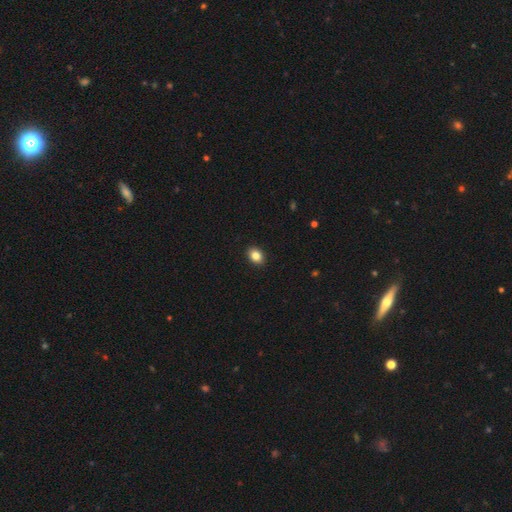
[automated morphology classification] A smooth galaxy with no disk features (86%) that is in between round and cigar-shaped (69%).

Vote fractions:
- Smooth or featured? smooth: 86% / star or artifact: 9% / featured or disk: 6%
- How rounded? in between: 69% / round: 30% / cigar-shaped: 1%
- Merging? none: 91% / minor disturbance: 6% / major disturbance: 2% / merger: 1%